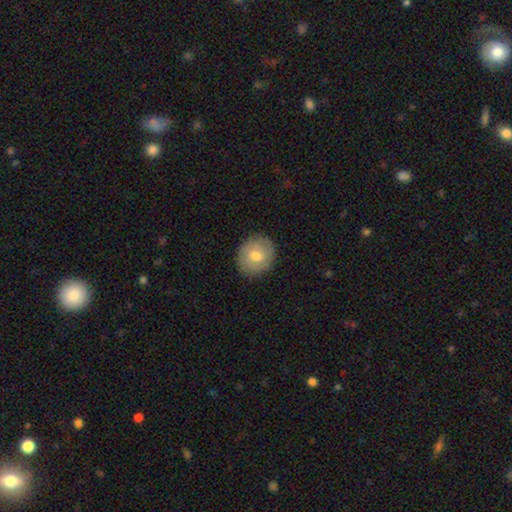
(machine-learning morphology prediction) The model was most divided on "smooth or featured": smooth: 57%, featured or disk: 36%, star or artifact: 7%. More confident: merging — none (85%); how rounded — round (73%).